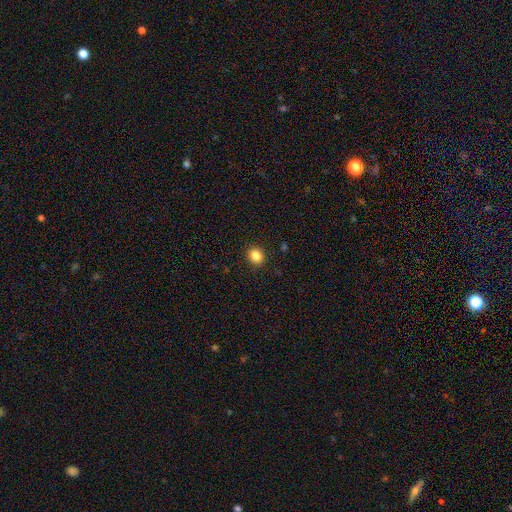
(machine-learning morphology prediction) Smooth or featured?
  - smooth: 86% *
  - star or artifact: 11%
  - featured or disk: 4%
How rounded?
  - round: 72% *
  - in between: 28%
  - cigar-shaped: 1%
Merging?
  - none: 91% *
  - minor disturbance: 6%
  - major disturbance: 2%
  - merger: 1%